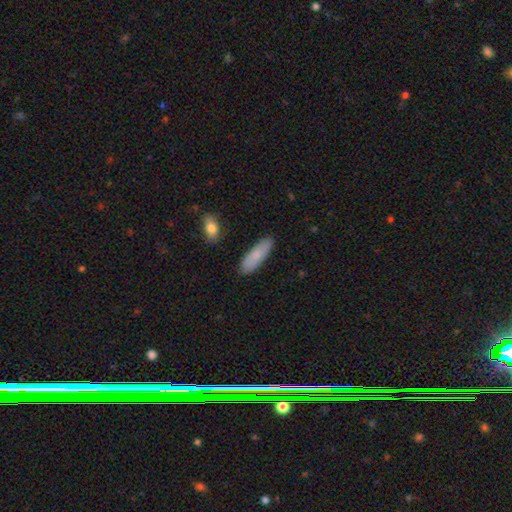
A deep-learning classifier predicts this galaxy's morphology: smooth-or-featured: smooth: 81% | featured or disk: 13% | star or artifact: 6%
  how-rounded: cigar-shaped: 50% | in between: 48% | round: 2%
  merging: none: 86% | minor disturbance: 10% | major disturbance: 2% | merger: 2%